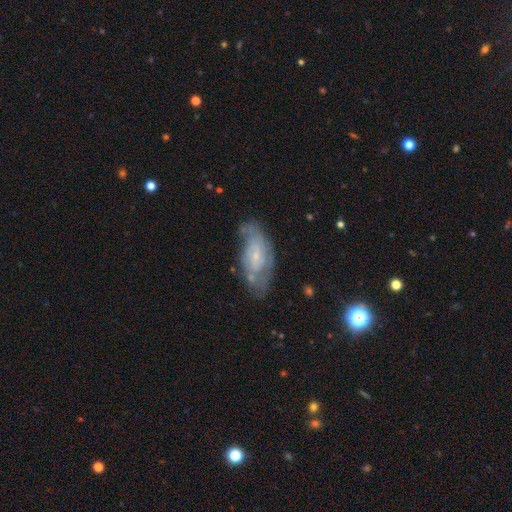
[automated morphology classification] Overall: featured or disk (63%; smooth 29%). Edge-on disk: no (90%). Bar: no (64%; weak 30%). Spiral arms: yes (71%). Bulge size: small (71%). Merging: none (56%; minor disturbance 26%).